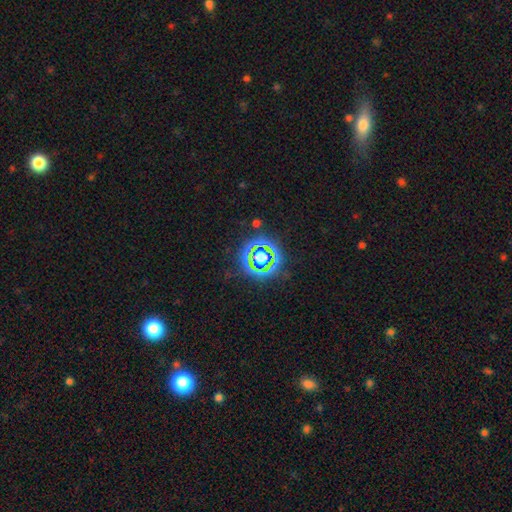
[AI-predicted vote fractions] Smooth or featured? Predicted: star or artifact (p=0.76).